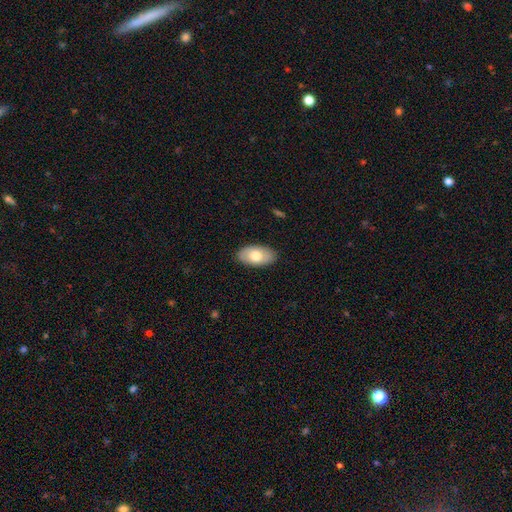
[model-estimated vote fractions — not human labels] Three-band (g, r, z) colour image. It shows a smooth galaxy with no disk features (71%) that is in between round and cigar-shaped (95%). Merging: none (87%).